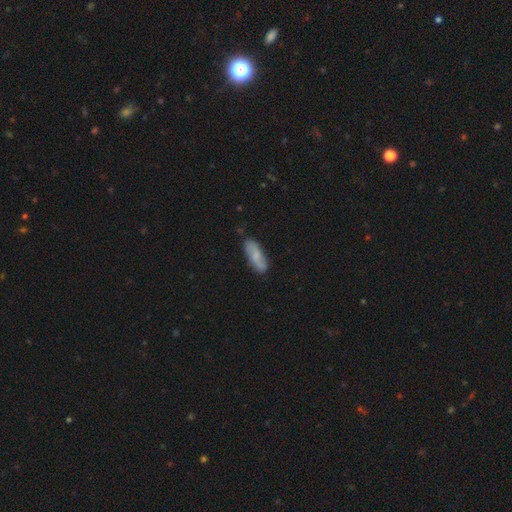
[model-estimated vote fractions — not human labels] Smooth or featured? Predicted: smooth (p=0.65). How rounded? Predicted: in between (p=0.65). Merging? Predicted: none (p=0.76).